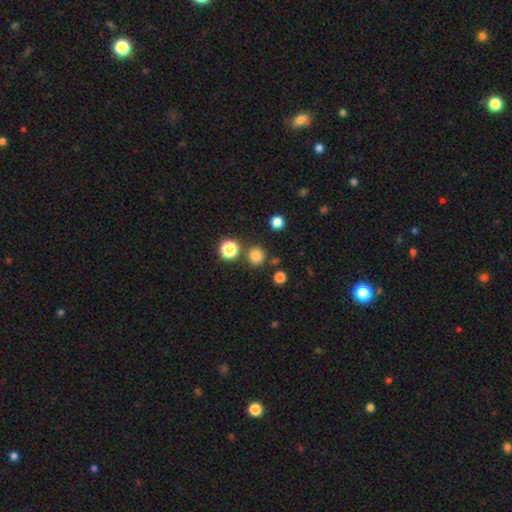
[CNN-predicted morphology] Smooth or featured?
  - smooth: 80% *
  - star or artifact: 16%
  - featured or disk: 4%
How rounded?
  - round: 92% *
  - in between: 7%
  - cigar-shaped: 1%
Merging?
  - none: 83% *
  - minor disturbance: 7%
  - merger: 7%
  - major disturbance: 3%